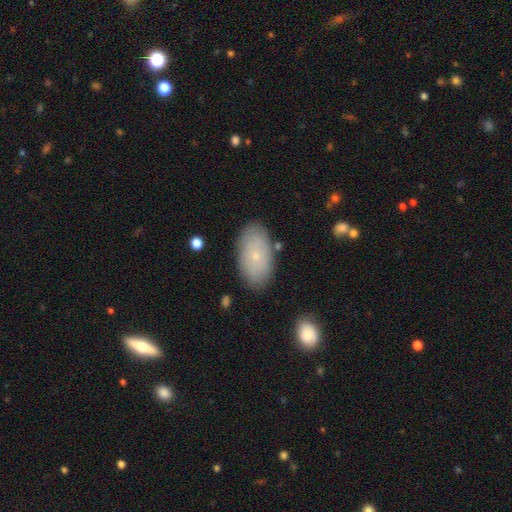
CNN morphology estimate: This appears to be a smooth galaxy with no disk features (69%) that is in between round and cigar-shaped (95%). Merging: none (84%).